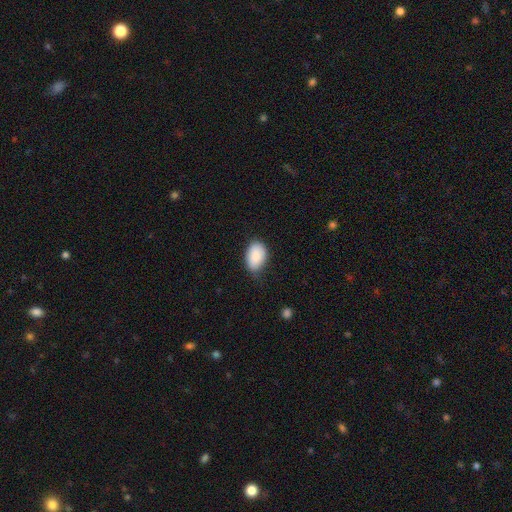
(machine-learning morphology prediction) smooth_or_featured: smooth (p=0.89) [alt: star or artifact p=0.07]
how_rounded: in between (p=0.90) [alt: round p=0.09]
merging: none (p=0.65) [alt: minor disturbance p=0.29]